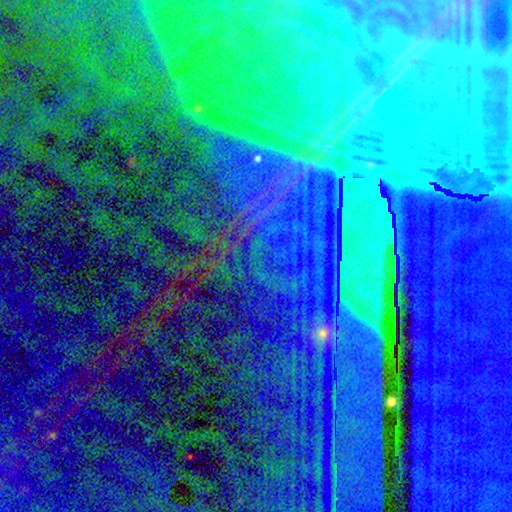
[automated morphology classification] Smooth or featured? Predicted: star or artifact (p=0.87).